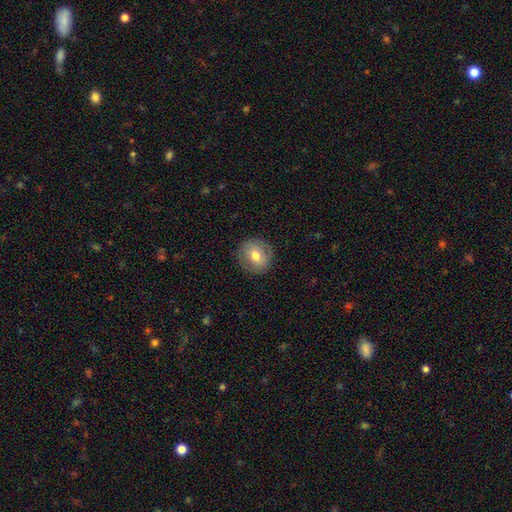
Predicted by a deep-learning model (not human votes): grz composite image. It shows a smooth galaxy with no disk features (68%) that is round (89%). Merging: none (87%).